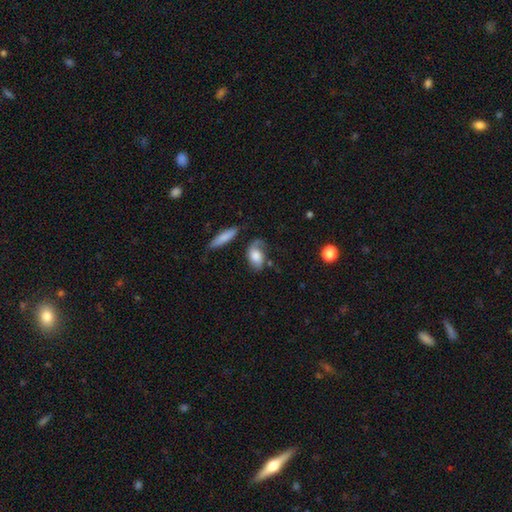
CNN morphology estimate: A smooth galaxy with no disk features (54%) that is in between round and cigar-shaped (85%).

Vote fractions:
- Smooth or featured? smooth: 54% / featured or disk: 38% / star or artifact: 8%
- How rounded? in between: 85% / round: 11% / cigar-shaped: 4%
- Merging? none: 44% / minor disturbance: 27% / major disturbance: 23% / merger: 7%